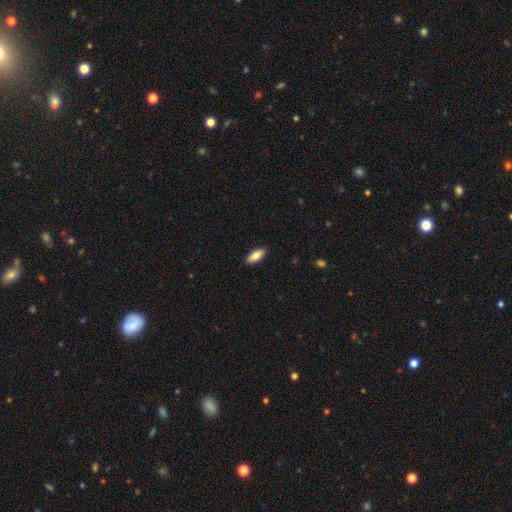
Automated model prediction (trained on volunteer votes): This appears to be a smooth galaxy with no disk features (84%) that is in between round and cigar-shaped (79%). Merging: none (90%).